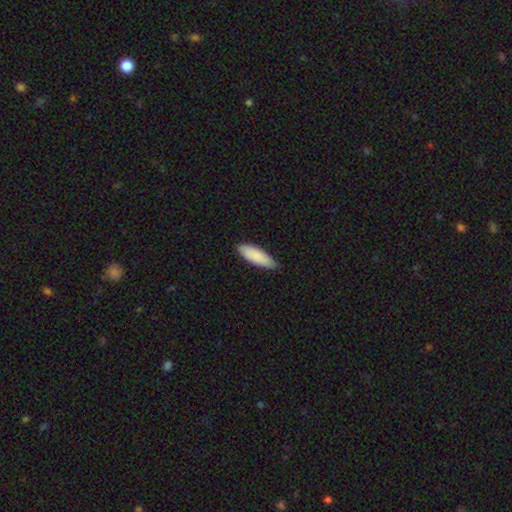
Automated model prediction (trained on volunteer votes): This appears to be a smooth galaxy with no disk features (88%) that is in between round and cigar-shaped (62%). Merging: none (78%).